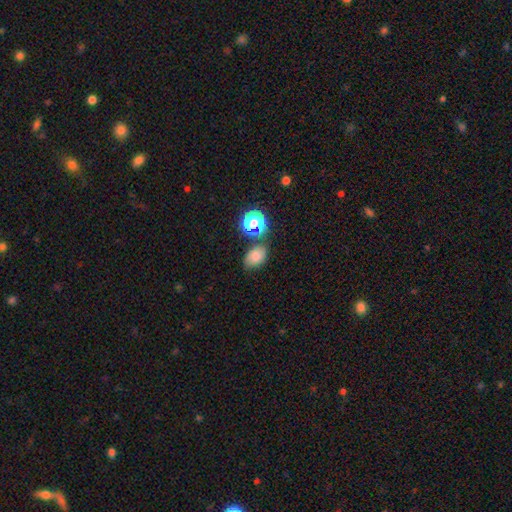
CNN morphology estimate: Smooth or featured: smooth — 71% (star or artifact — 18%)
How rounded: in between — 76% (round — 22%)
Merging: none — 66% (minor disturbance — 19%)